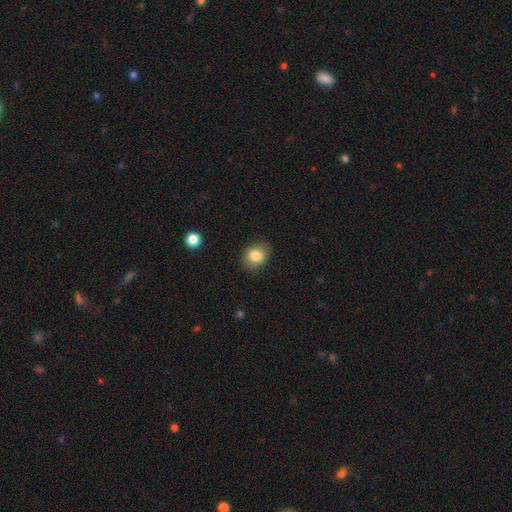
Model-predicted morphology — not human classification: Overall: smooth (84%). How rounded: round (54%; in between 46%). Merging: none (85%).